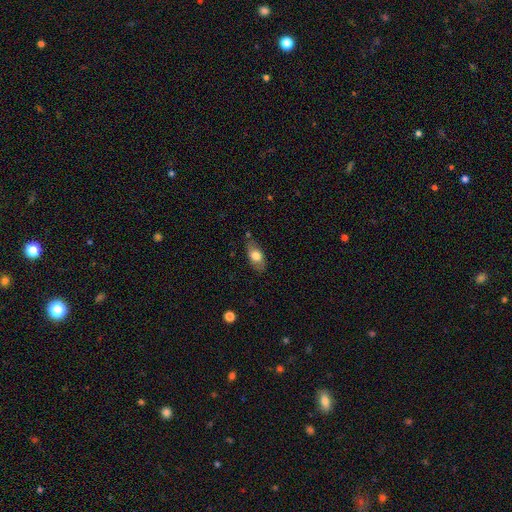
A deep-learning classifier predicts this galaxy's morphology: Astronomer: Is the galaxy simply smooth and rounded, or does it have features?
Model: smooth — 71%.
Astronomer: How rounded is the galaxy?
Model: in between — 86%.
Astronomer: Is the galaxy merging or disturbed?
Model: none — 76%.